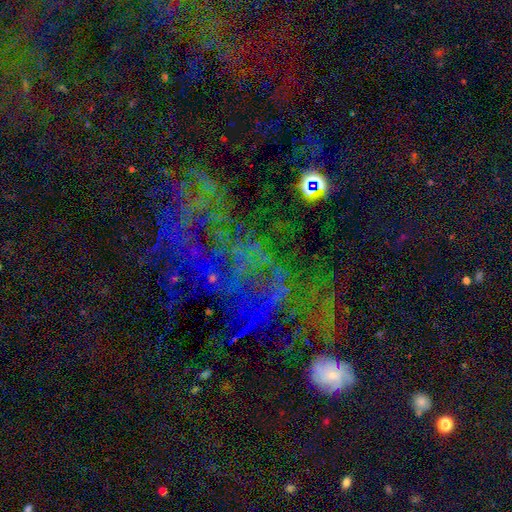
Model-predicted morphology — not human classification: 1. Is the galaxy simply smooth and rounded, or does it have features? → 53% star or artifact, 30% featured or disk, 17% smooth.